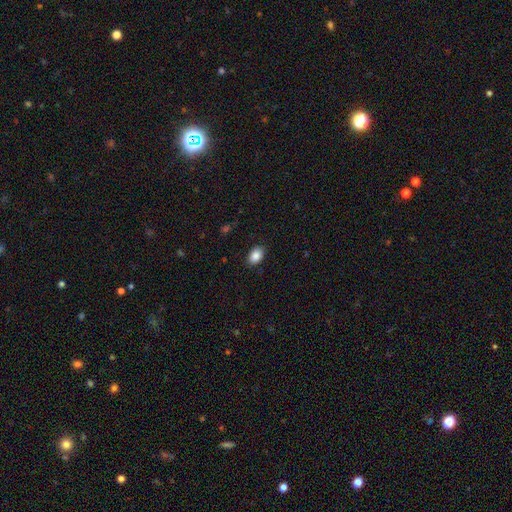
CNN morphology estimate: Overall: smooth (88%). How rounded: in between (86%). Merging: none (88%).